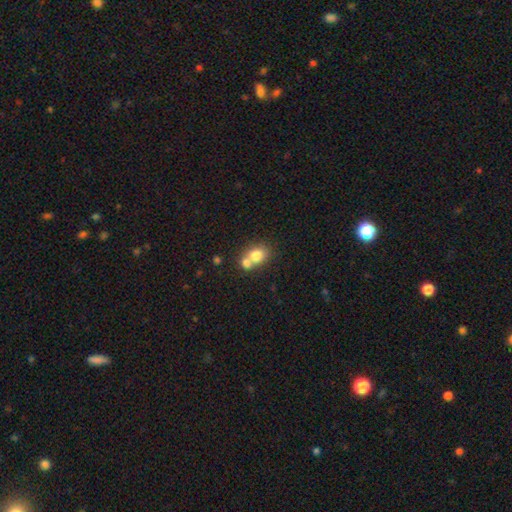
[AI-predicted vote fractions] smooth_or_featured: smooth (p=0.76) [alt: featured or disk p=0.14]
how_rounded: round (p=0.56) [alt: in between p=0.43]
merging: merger (p=0.57) [alt: none p=0.32]